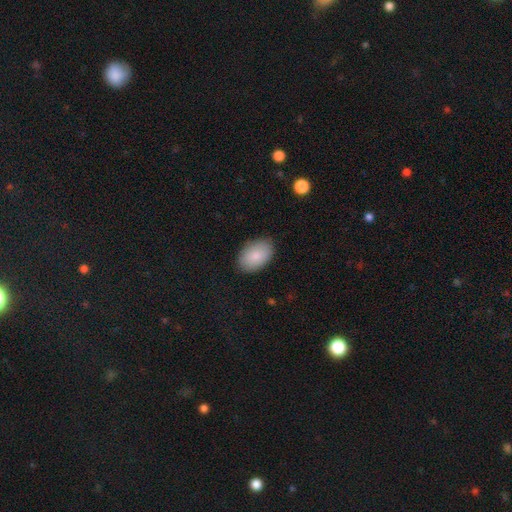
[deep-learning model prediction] Smooth or featured: smooth — 85% (featured or disk — 9%)
How rounded: in between — 92% (round — 7%)
Merging: none — 85% (minor disturbance — 12%)